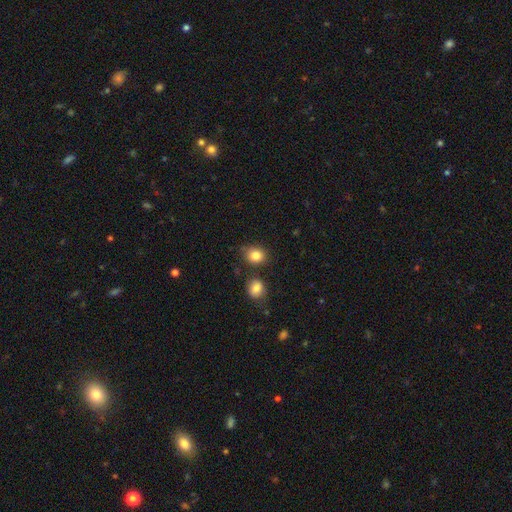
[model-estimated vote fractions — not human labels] This is clearly a smooth galaxy (84%). How rounded: likely round (62%). Merging: likely none (76%).